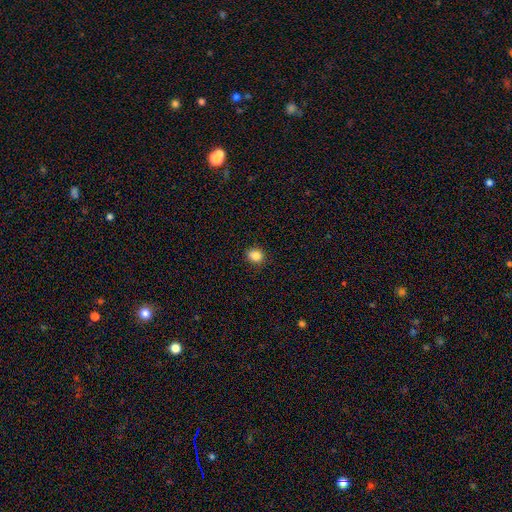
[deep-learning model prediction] smooth 85%, star or artifact 10%, featured or disk 4%. Down the decision tree: how rounded — round (68%); merging — none (88%).